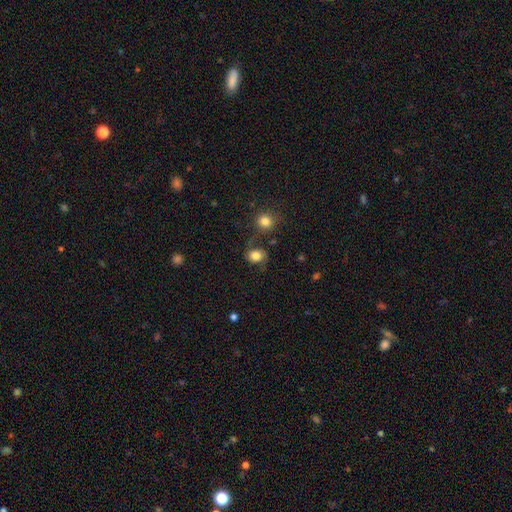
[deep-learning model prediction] The model was most divided on "how rounded": round: 58%, in between: 41%, cigar-shaped: 1%. More confident: smooth or featured — smooth (77%); merging — none (62%).